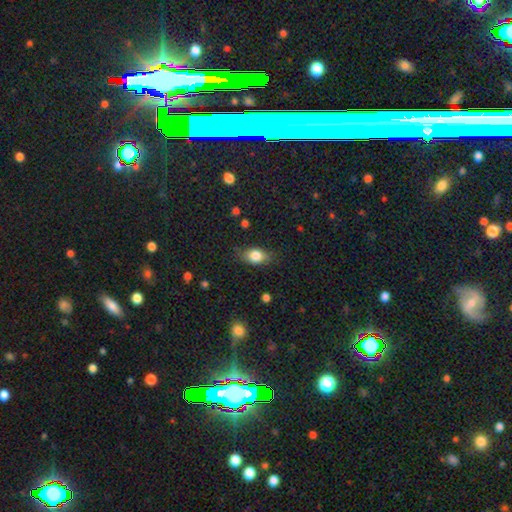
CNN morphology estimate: smooth-or-featured: smooth: 81% | featured or disk: 11% | star or artifact: 9%
  how-rounded: in between: 78% | round: 18% | cigar-shaped: 4%
  merging: none: 77% | minor disturbance: 17% | major disturbance: 4% | merger: 1%